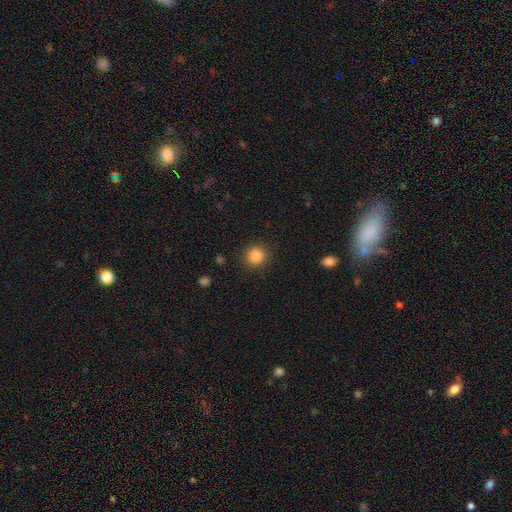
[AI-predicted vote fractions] Overall: smooth (86%). How rounded: round (92%). Merging: none (90%).